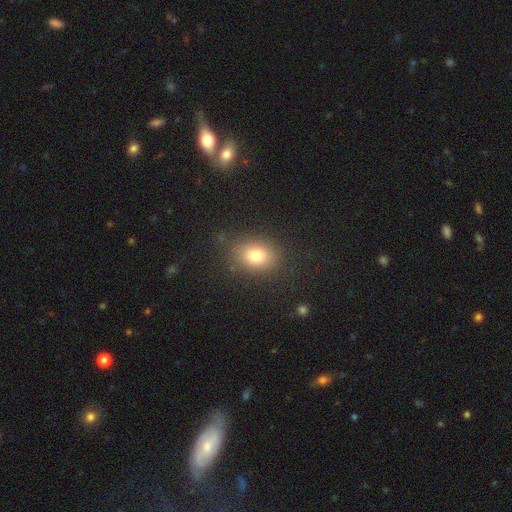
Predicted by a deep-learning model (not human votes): smooth 80%, star or artifact 11%, featured or disk 9%. Down the decision tree: how rounded — in between (65%); merging — none (84%).